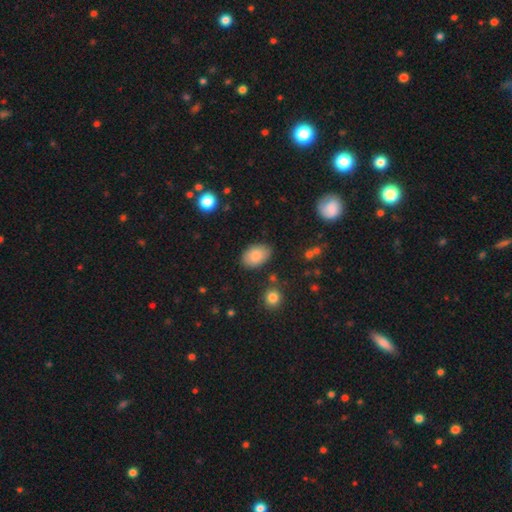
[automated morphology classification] This is clearly a smooth galaxy (84%). How rounded: clearly in between (88%). Merging: clearly none (83%).